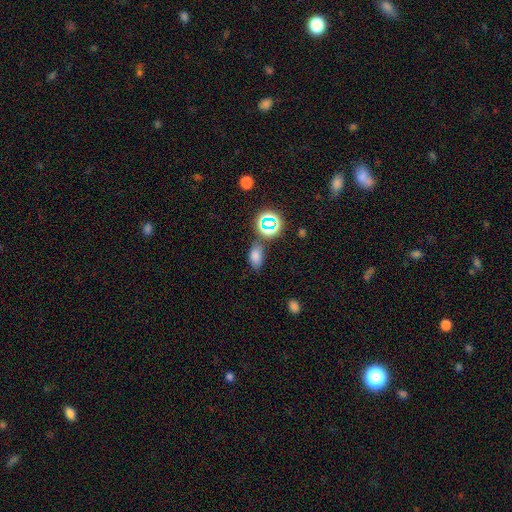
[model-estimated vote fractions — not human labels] Overall: smooth (71%). How rounded: in between (86%). Merging: none (71%).